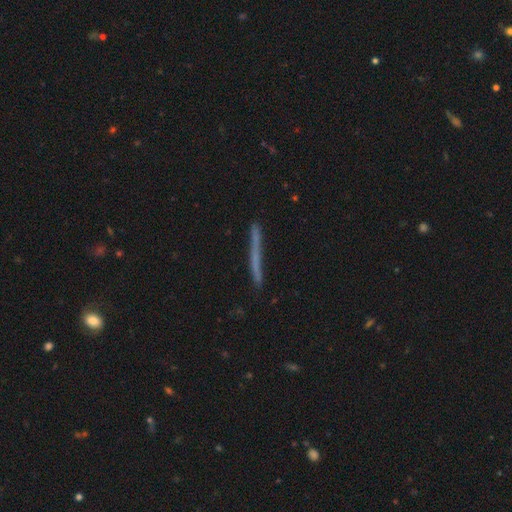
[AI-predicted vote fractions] Smooth or featured: smooth — 48% (featured or disk — 43%)
Merging: none — 87% (minor disturbance — 9%)